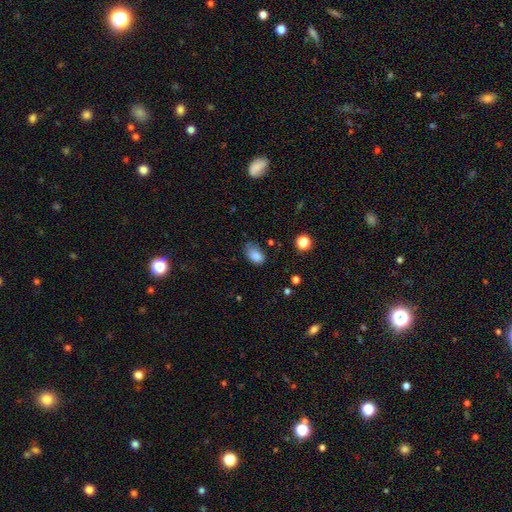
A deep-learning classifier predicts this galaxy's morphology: The model was most divided on "merging": none: 54%, minor disturbance: 34%, major disturbance: 9%, merger: 3%. More confident: how rounded — in between (88%); smooth or featured — smooth (83%).